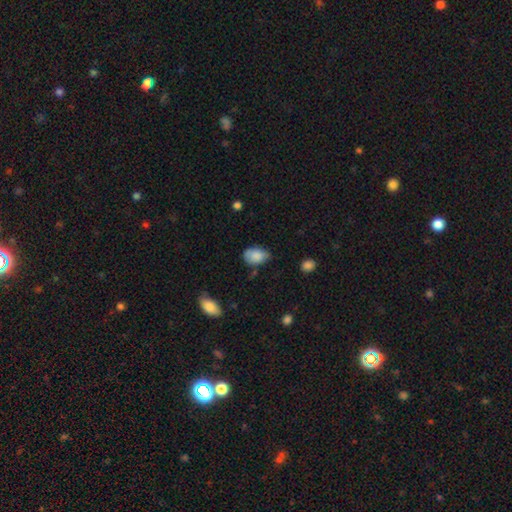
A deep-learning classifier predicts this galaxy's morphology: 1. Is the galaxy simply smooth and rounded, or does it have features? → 82% smooth, 11% featured or disk, 7% star or artifact.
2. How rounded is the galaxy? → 85% in between, 14% round, 1% cigar-shaped.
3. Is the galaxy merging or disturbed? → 57% none, 33% minor disturbance, 7% major disturbance, 3% merger.